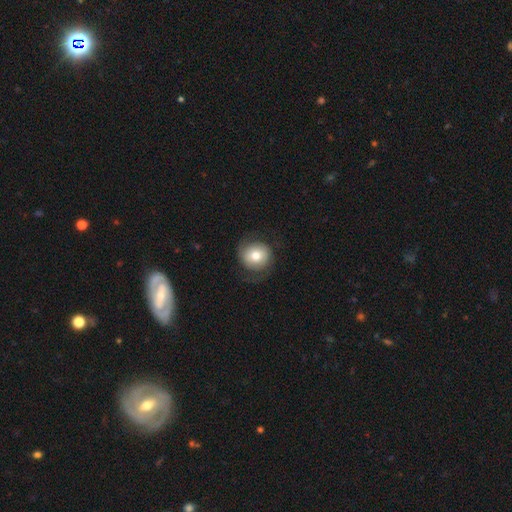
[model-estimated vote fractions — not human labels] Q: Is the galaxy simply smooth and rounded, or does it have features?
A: smooth — 60%.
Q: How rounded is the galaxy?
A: round — 88%.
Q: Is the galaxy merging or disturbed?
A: none — 72%.